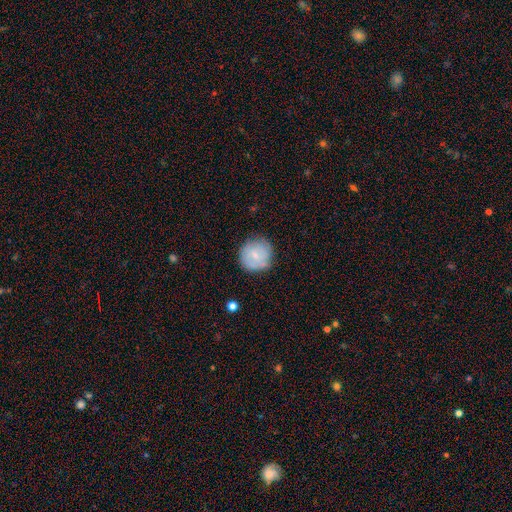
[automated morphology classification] Smooth or featured: smooth — 66% (featured or disk — 26%)
How rounded: round — 92% (in between — 7%)
Merging: none — 77% (minor disturbance — 17%)